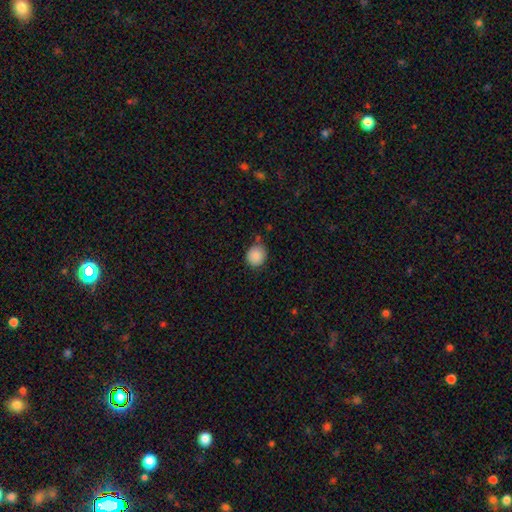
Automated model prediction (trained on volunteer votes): smooth-or-featured: smooth: 87% | star or artifact: 8% | featured or disk: 4%
  how-rounded: round: 81% | in between: 18% | cigar-shaped: 1%
  merging: none: 73% | minor disturbance: 19% | merger: 4% | major disturbance: 3%